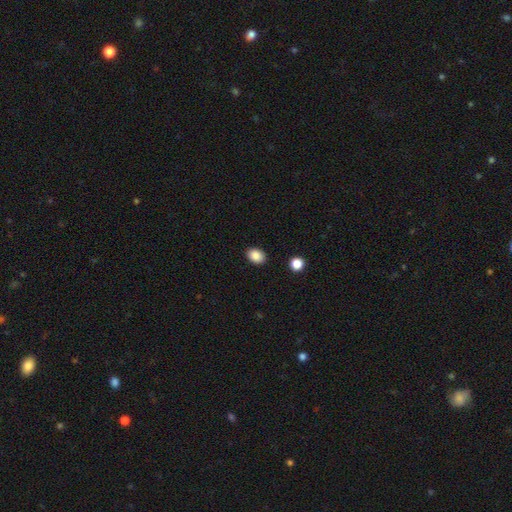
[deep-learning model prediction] Q: Smooth or featured?
A: smooth (88%); runner-up: star or artifact (9%)
Q: How rounded?
A: in between (71%); runner-up: round (28%)
Q: Merging?
A: none (89%); runner-up: minor disturbance (7%)